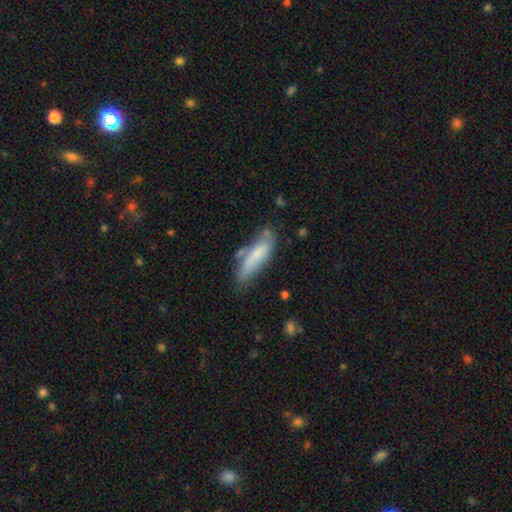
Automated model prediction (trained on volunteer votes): Q: Smooth or featured?
A: smooth (66%); runner-up: featured or disk (27%)
Q: How rounded?
A: cigar-shaped (56%); runner-up: in between (42%)
Q: Merging?
A: none (47%); runner-up: minor disturbance (29%)